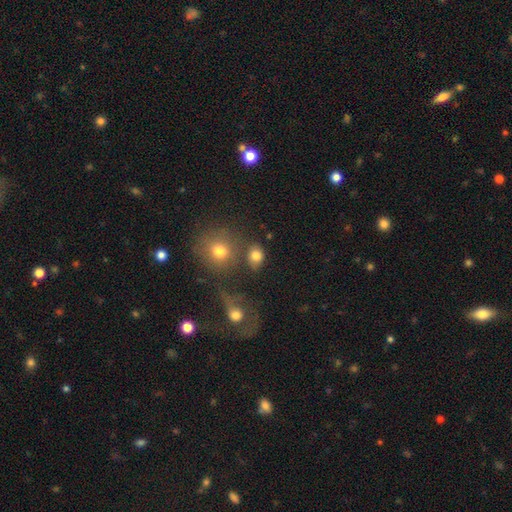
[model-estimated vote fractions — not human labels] Q: Smooth or featured?
A: smooth (78%); runner-up: star or artifact (13%)
Q: How rounded?
A: round (51%); runner-up: in between (48%)
Q: Merging?
A: none (65%); runner-up: merger (15%)